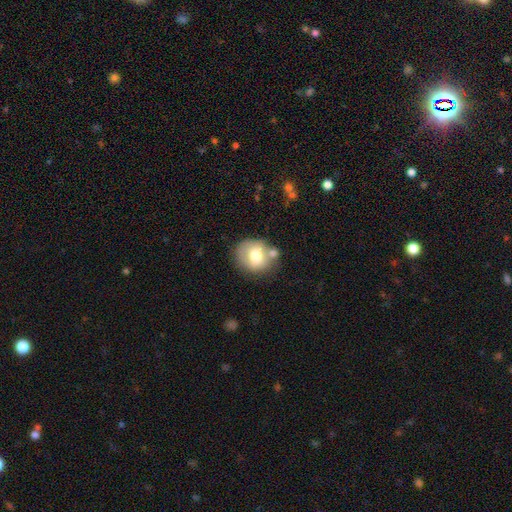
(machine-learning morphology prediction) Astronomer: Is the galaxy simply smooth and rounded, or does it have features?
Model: smooth — 68%.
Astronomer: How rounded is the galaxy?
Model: round — 74%.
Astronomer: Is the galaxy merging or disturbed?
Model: none — 57%.